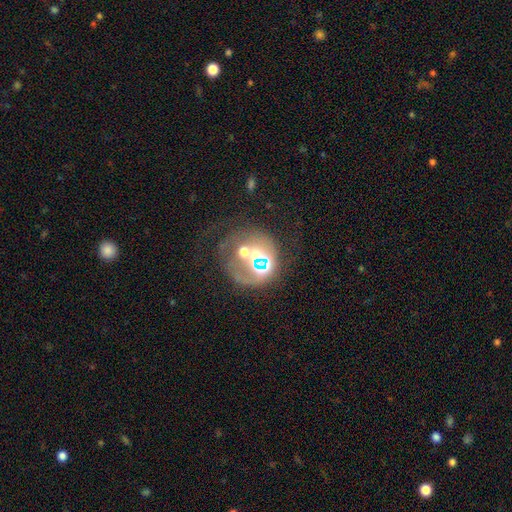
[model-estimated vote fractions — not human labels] Smooth or featured? Predicted: star or artifact (p=0.35).